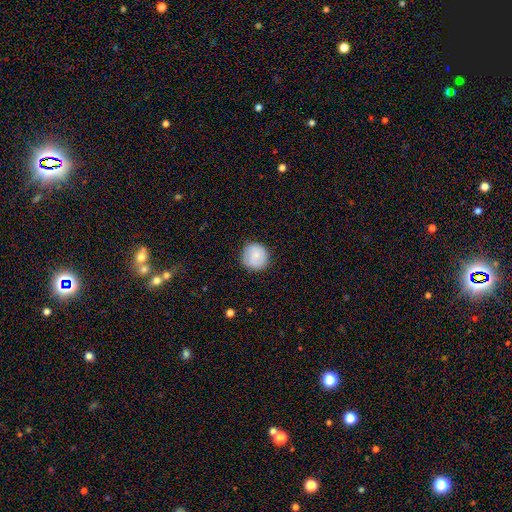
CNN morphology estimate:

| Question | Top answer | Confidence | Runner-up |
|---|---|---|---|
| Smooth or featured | smooth | 77% | featured or disk (16%) |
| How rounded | round | 93% | in between (6%) |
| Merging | none | 84% | minor disturbance (12%) |